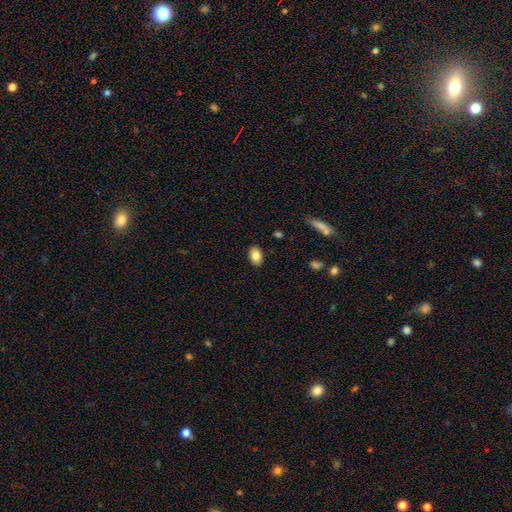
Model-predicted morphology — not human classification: Overall: smooth (83%). How rounded: in between (85%). Merging: none (88%).